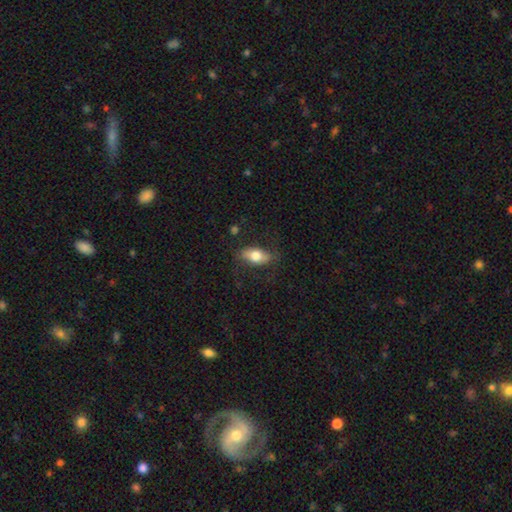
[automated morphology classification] smooth 69%, featured or disk 24%, star or artifact 7%. Down the decision tree: how rounded — in between (86%); merging — none (74%).